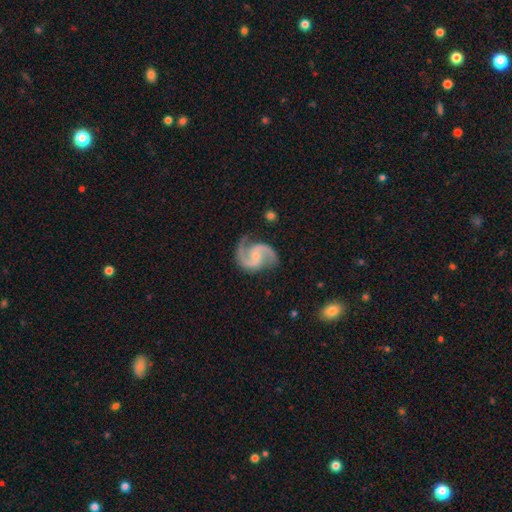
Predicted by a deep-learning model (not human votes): smooth_or_featured: featured or disk (p=0.93) [alt: star or artifact p=0.04]
disk_edge_on: no (p=0.98) [alt: yes p=0.02]
bar: no (p=0.56) [alt: weak p=0.35]
has_spiral_arms: yes (p=0.98) [alt: no p=0.02]
spiral_winding: medium (p=0.64) [alt: loose p=0.20]
spiral_arm_count: 2 (p=0.94) [alt: 3 p=0.01]
bulge_size: small (p=0.66) [alt: moderate p=0.23]
merging: none (p=0.79) [alt: minor disturbance p=0.14]